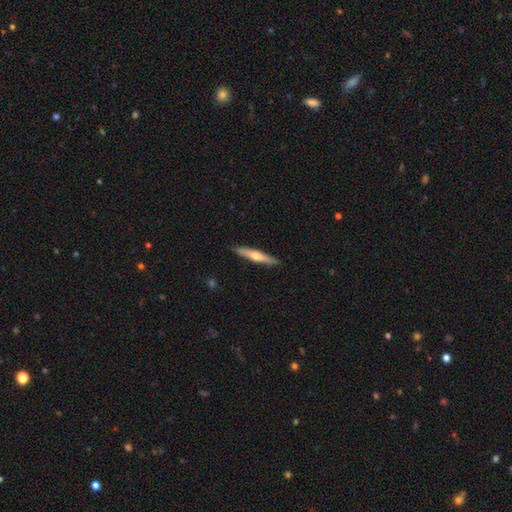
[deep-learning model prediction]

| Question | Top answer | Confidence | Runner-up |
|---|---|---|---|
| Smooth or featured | featured or disk | 51% | smooth (44%) |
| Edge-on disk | yes | 94% | no (6%) |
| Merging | none | 90% | minor disturbance (7%) |